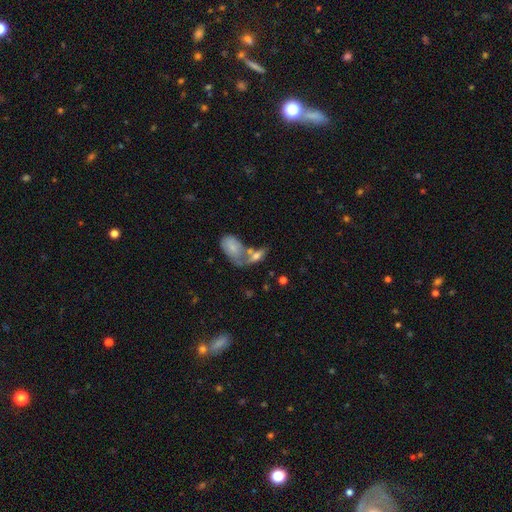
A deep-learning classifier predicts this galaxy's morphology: Smooth or featured? smooth (49%)
Merging? merger (49%)